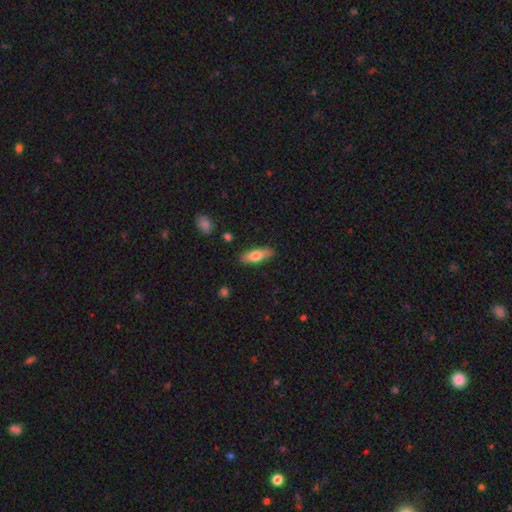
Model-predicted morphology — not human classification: Smooth or featured?
  - smooth: 68% *
  - featured or disk: 26%
  - star or artifact: 6%
How rounded?
  - in between: 56% *
  - cigar-shaped: 42%
  - round: 2%
Merging?
  - none: 85% *
  - minor disturbance: 12%
  - major disturbance: 2%
  - merger: 2%